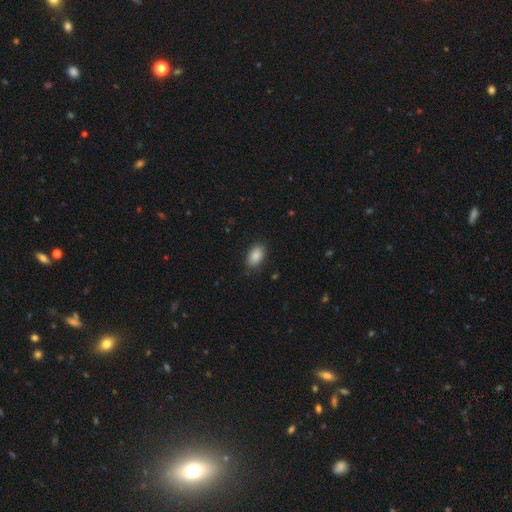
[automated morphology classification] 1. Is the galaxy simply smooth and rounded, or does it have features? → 89% smooth, 7% star or artifact, 3% featured or disk.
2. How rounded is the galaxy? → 91% in between, 7% round, 2% cigar-shaped.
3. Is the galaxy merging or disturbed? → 87% none, 10% minor disturbance, 2% major disturbance, 1% merger.